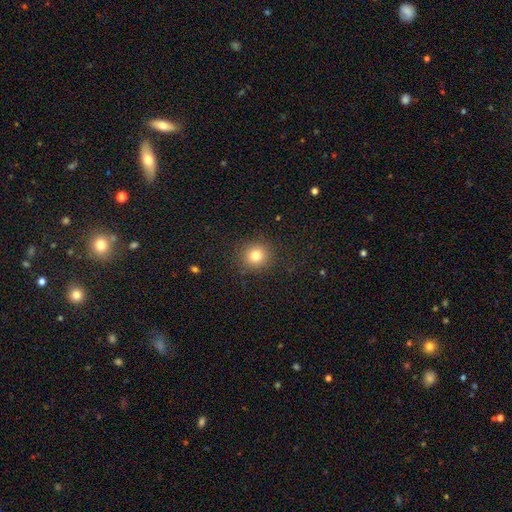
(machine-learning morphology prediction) A smooth galaxy with no disk features (80%) that is round (91%). Merging: none (88%).